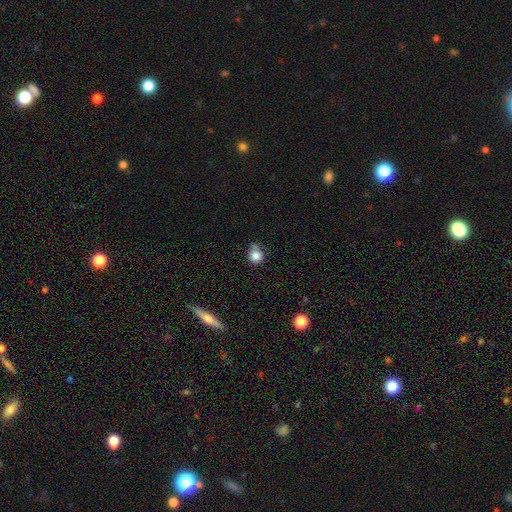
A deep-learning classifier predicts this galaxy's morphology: A smooth galaxy with no disk features (82%) that is round (85%).

Vote fractions:
- Smooth or featured? smooth: 82% / star or artifact: 11% / featured or disk: 7%
- How rounded? round: 85% / in between: 13% / cigar-shaped: 1%
- Merging? none: 57% / minor disturbance: 24% / merger: 12% / major disturbance: 7%